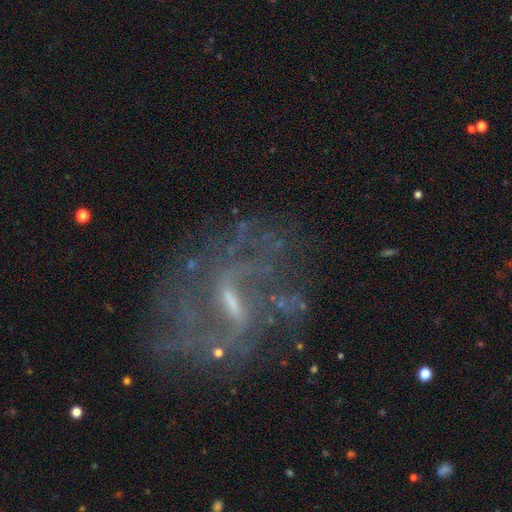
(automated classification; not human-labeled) Smooth or featured? Predicted: featured or disk (p=0.82). Edge-on disk? Predicted: no (p=0.95). Bar? Predicted: weak (p=0.53). Spiral arms? Predicted: yes (p=0.82). Spiral winding? Predicted: loose (p=0.50). Spiral arm count? Predicted: 2 (p=0.40). Bulge size? Predicted: small (p=0.52). Merging? Predicted: none (p=0.60).